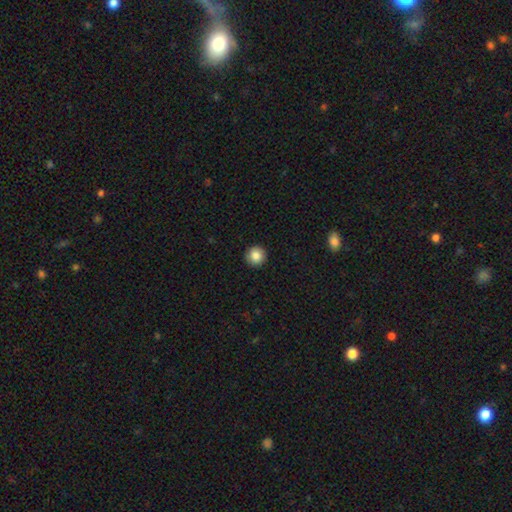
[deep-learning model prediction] Smooth or featured? smooth (86%)
How rounded? round (95%)
Merging? none (93%)